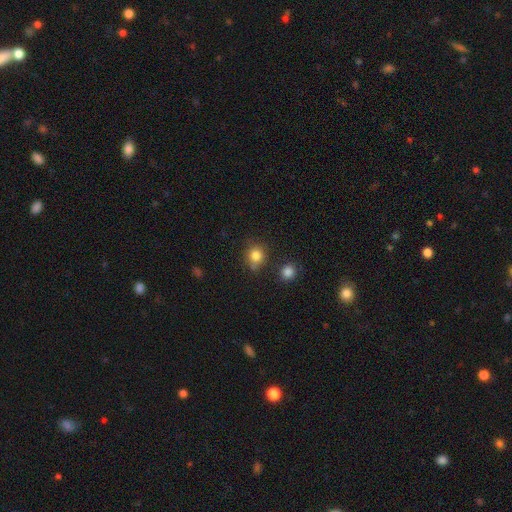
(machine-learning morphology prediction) Smooth or featured: smooth — 82% (star or artifact — 12%)
How rounded: round — 82% (in between — 17%)
Merging: none — 71% (minor disturbance — 16%)